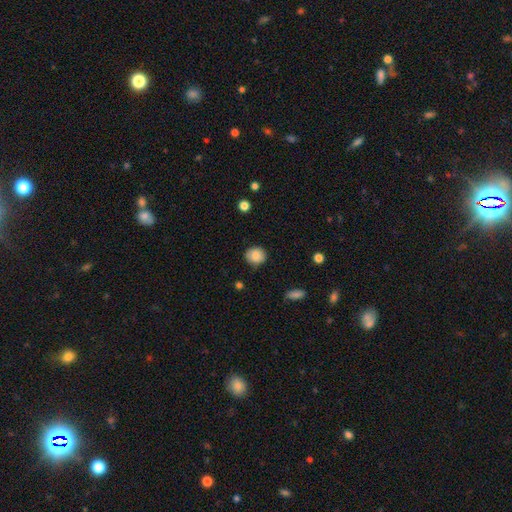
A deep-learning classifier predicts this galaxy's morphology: smooth_or_featured: smooth (p=0.86) [alt: star or artifact p=0.08]
how_rounded: round (p=0.79) [alt: in between p=0.20]
merging: none (p=0.84) [alt: minor disturbance p=0.13]